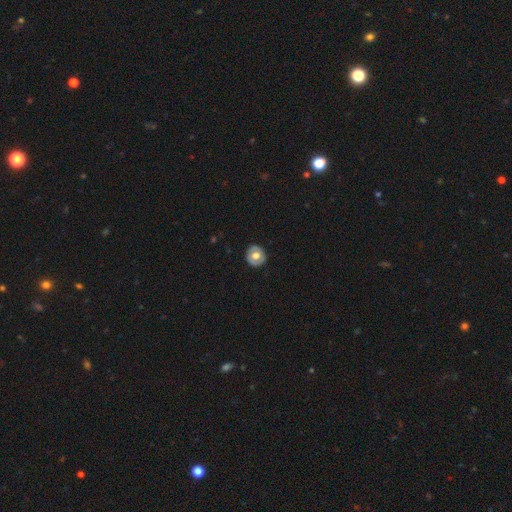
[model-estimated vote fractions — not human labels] Smooth or featured: smooth — 55% (featured or disk — 38%)
How rounded: round — 87% (in between — 12%)
Merging: none — 87% (minor disturbance — 10%)